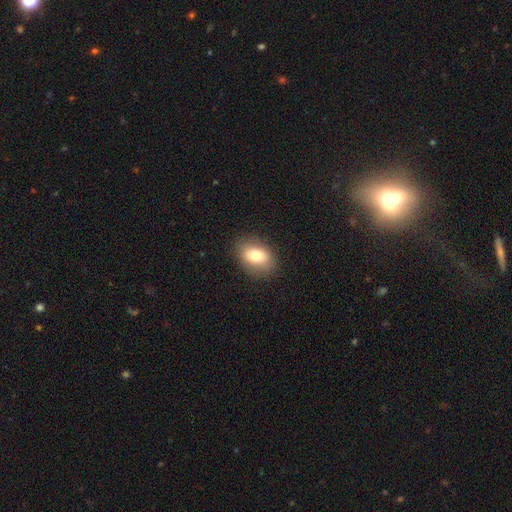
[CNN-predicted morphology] Q: Smooth or featured?
A: smooth (76%); runner-up: featured or disk (16%)
Q: How rounded?
A: in between (80%); runner-up: round (19%)
Q: Merging?
A: none (86%); runner-up: minor disturbance (10%)